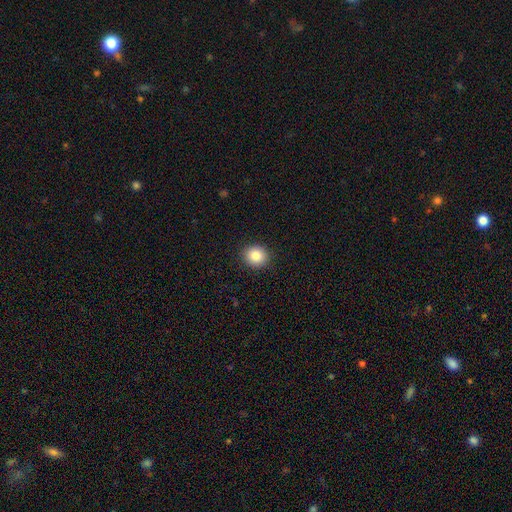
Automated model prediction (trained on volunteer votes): Smooth or featured: smooth — 84% (star or artifact — 10%)
How rounded: round — 80% (in between — 19%)
Merging: none — 91% (minor disturbance — 6%)